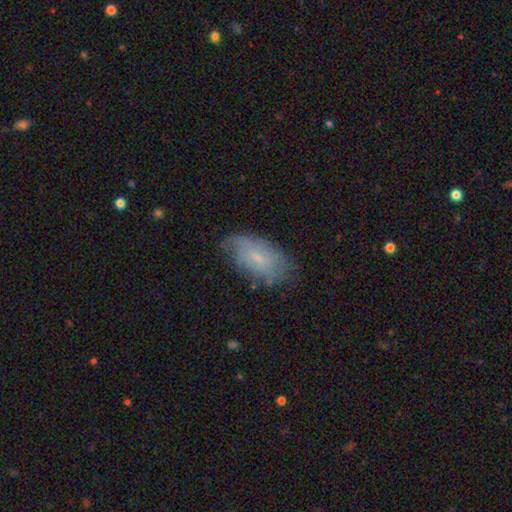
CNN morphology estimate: Smooth or featured? Predicted: smooth (p=0.53). How rounded? Predicted: in between (p=0.92). Merging? Predicted: none (p=0.67).